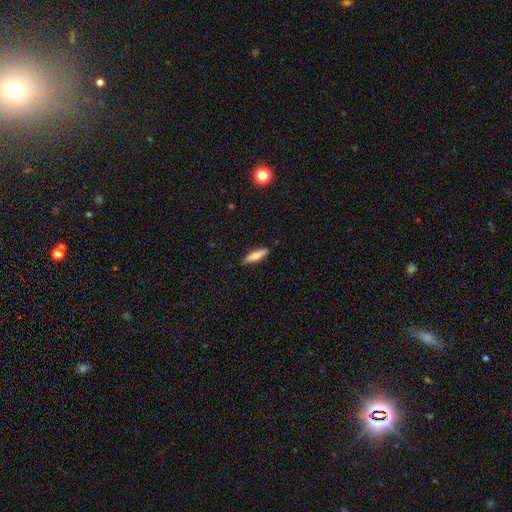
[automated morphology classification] smooth-or-featured: smooth: 76% | featured or disk: 17% | star or artifact: 6%
  how-rounded: cigar-shaped: 73% | in between: 26% | round: 2%
  merging: none: 87% | minor disturbance: 10% | major disturbance: 2% | merger: 1%